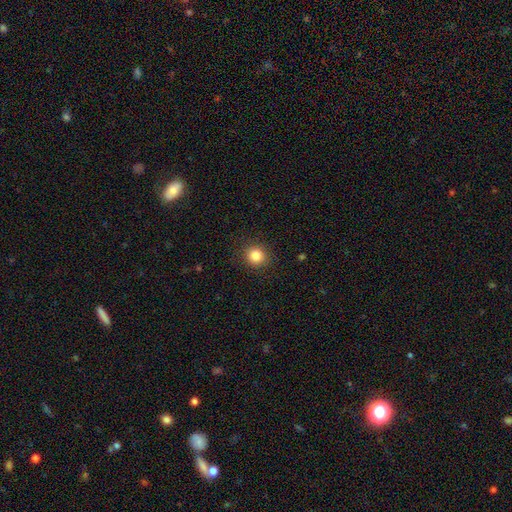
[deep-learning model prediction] This is clearly a smooth galaxy (84%). How rounded: clearly round (91%). Merging: clearly none (90%).